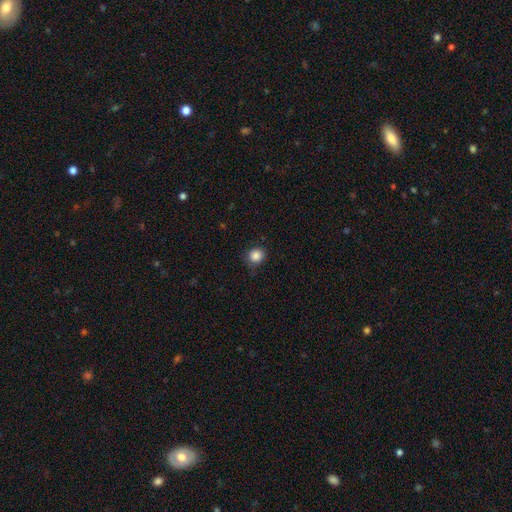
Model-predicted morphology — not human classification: smooth-or-featured: smooth: 86% | star or artifact: 10% | featured or disk: 3%
  how-rounded: round: 85% | in between: 14% | cigar-shaped: 1%
  merging: none: 83% | minor disturbance: 13% | major disturbance: 3% | merger: 1%